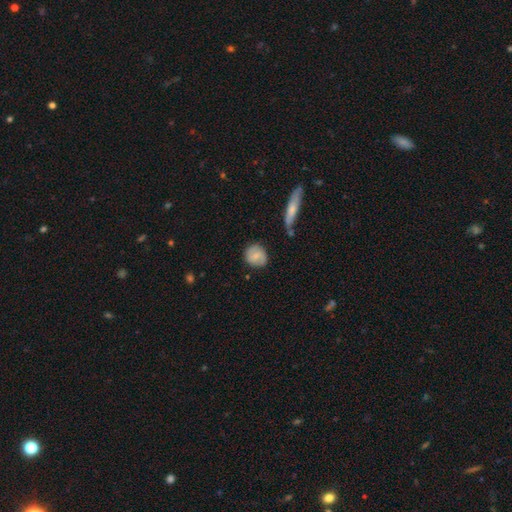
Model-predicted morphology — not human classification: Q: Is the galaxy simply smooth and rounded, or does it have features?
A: smooth — 60%.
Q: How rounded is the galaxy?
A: round — 79%.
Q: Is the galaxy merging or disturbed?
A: none — 78%.